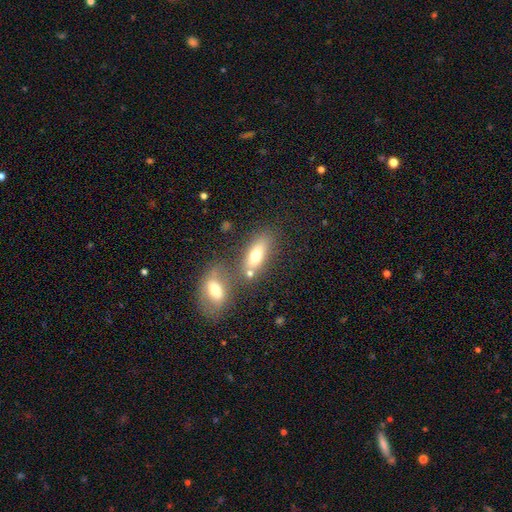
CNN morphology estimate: This is likely a smooth galaxy (67%). How rounded: likely in between (73%). Merging: possibly none (53%).